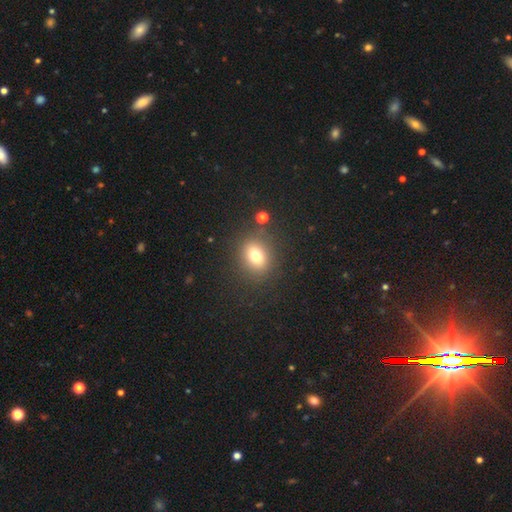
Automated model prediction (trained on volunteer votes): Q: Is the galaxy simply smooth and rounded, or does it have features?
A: smooth — 75%.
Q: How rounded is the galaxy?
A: round — 51%.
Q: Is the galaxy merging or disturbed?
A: none — 82%.